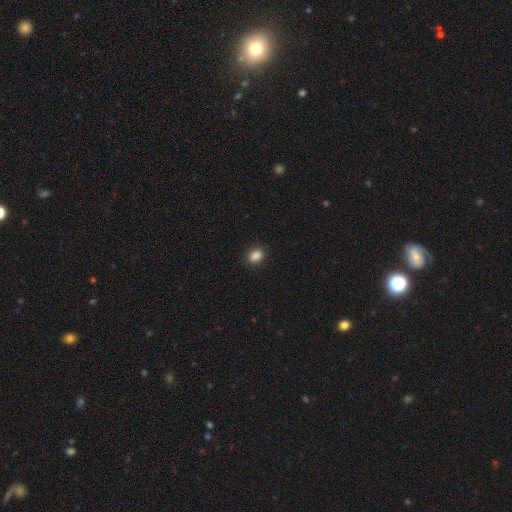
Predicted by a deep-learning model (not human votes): This appears to be a smooth galaxy with no disk features (87%) that is in between round and cigar-shaped (72%). Merging: none (88%).